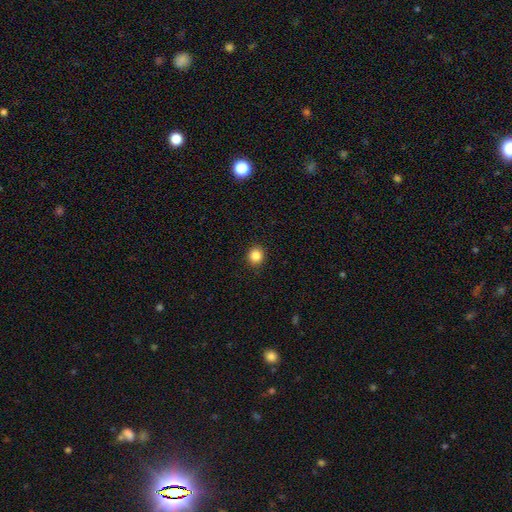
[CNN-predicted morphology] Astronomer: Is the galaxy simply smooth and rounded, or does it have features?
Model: smooth — 86%.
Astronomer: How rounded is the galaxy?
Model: round — 89%.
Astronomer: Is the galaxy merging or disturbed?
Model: none — 92%.